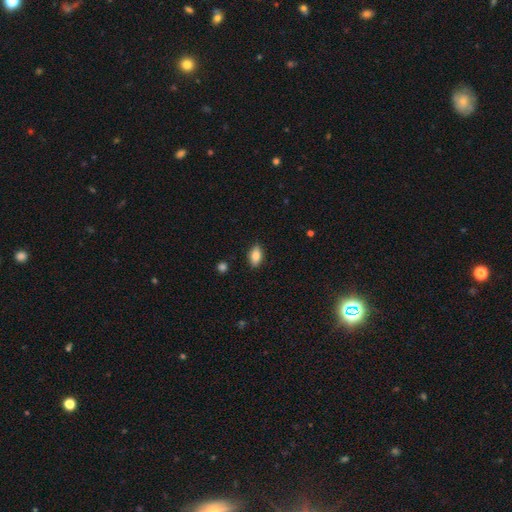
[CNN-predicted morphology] smooth_or_featured: smooth (p=0.84) [alt: featured or disk p=0.09]
how_rounded: in between (p=0.90) [alt: round p=0.06]
merging: none (p=0.88) [alt: minor disturbance p=0.09]